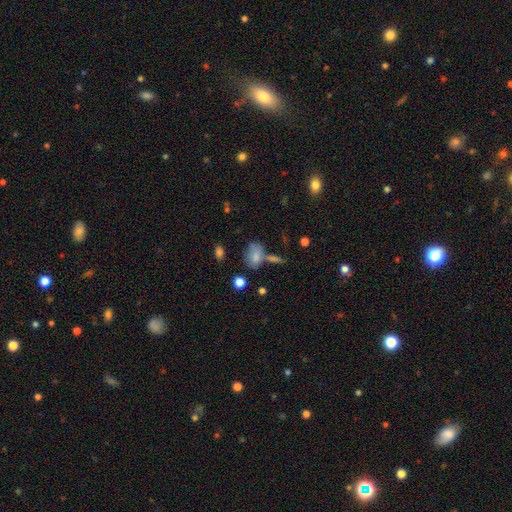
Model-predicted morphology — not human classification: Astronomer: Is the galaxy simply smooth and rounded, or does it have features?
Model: smooth — 77%.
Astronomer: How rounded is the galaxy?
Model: in between — 81%.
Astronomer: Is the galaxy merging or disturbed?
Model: none — 46% (runner-up: merger, 23%).